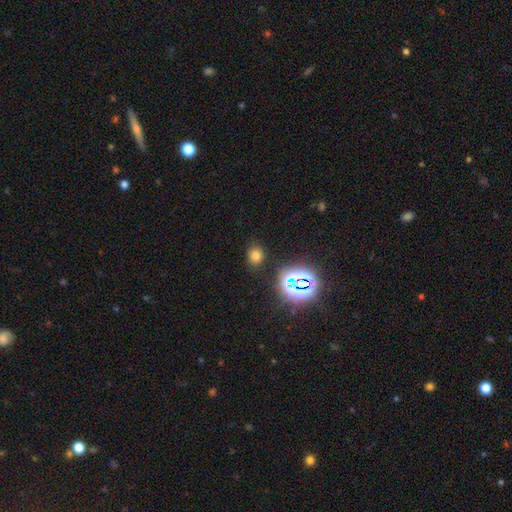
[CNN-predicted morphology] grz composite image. It shows a smooth galaxy with no disk features (68%) that is round (68%). Merging: none (86%).